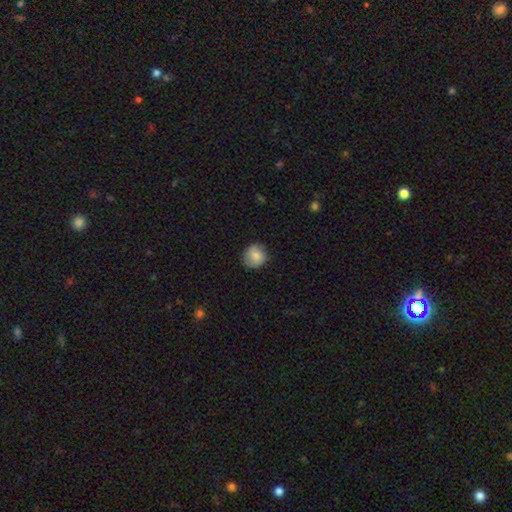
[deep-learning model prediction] Smooth or featured?
  - smooth: 77% *
  - featured or disk: 16%
  - star or artifact: 7%
How rounded?
  - round: 87% *
  - in between: 12%
  - cigar-shaped: 1%
Merging?
  - none: 78% *
  - minor disturbance: 17%
  - major disturbance: 4%
  - merger: 1%